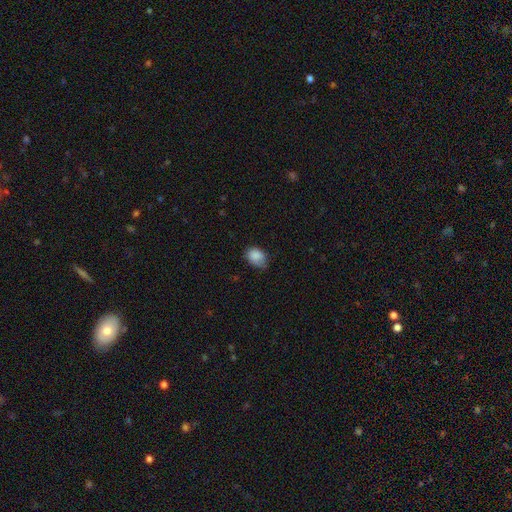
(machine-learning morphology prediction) A smooth galaxy with no disk features (87%) that is in between round and cigar-shaped (70%). Merging: none (58%).